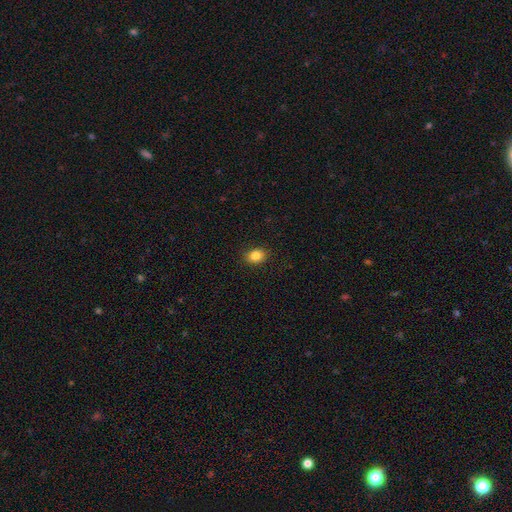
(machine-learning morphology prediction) This appears to be a smooth galaxy with no disk features (84%) that is in between round and cigar-shaped (56%). Merging: none (89%).